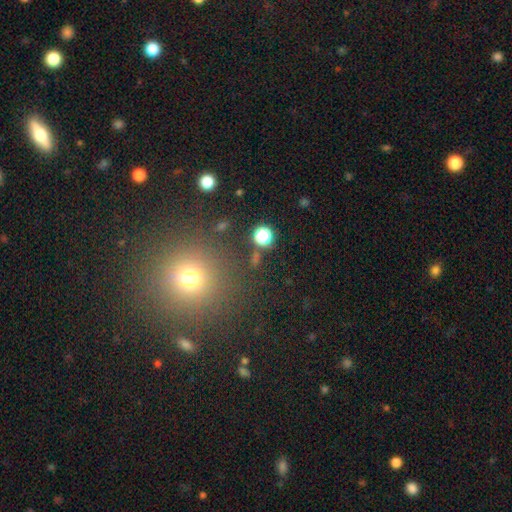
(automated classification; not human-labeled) Morphology: type=smooth (54%); roundness=round (93%); merging=none (89%).